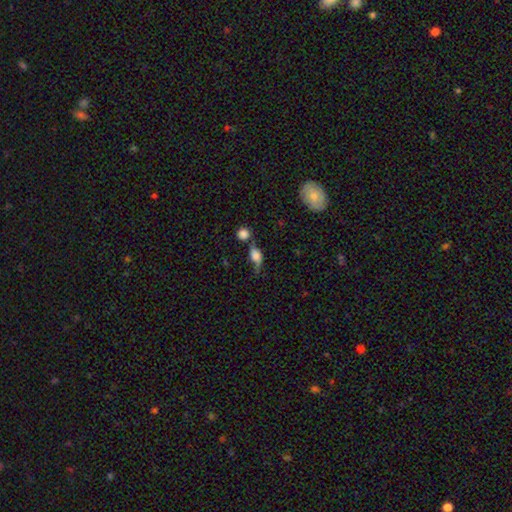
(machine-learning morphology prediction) Overall: smooth (57%; featured or disk 31%). How rounded: in between (62%; round 27%). Merging: none (35%; merger 24%).